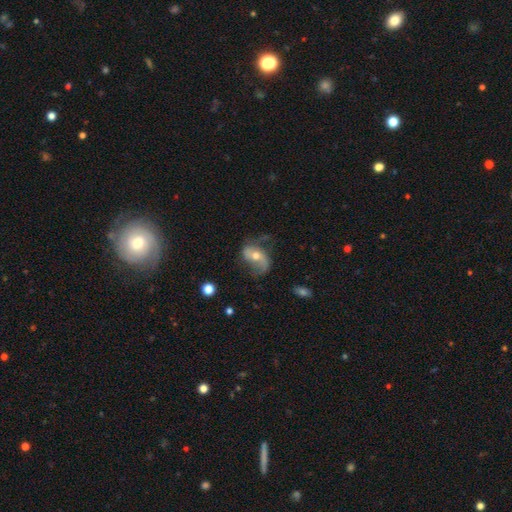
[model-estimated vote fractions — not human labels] featured or disk 74%, smooth 19%, star or artifact 7%. Down the decision tree: edge-on disk — no (96%); bar — no (48%); spiral arms — yes (90%); spiral arm count — 2 (83%); spiral winding — loose (65%); bulge size — moderate (66%); merging — none (56%).